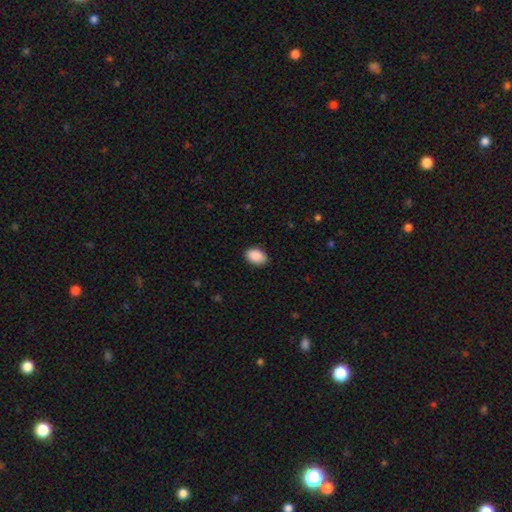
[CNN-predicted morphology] A smooth galaxy with no disk features (90%) that is in between round and cigar-shaped (86%).

Vote fractions:
- Smooth or featured? smooth: 90% / star or artifact: 7% / featured or disk: 3%
- How rounded? in between: 86% / round: 13% / cigar-shaped: 1%
- Merging? none: 86% / minor disturbance: 11% / major disturbance: 2% / merger: 1%